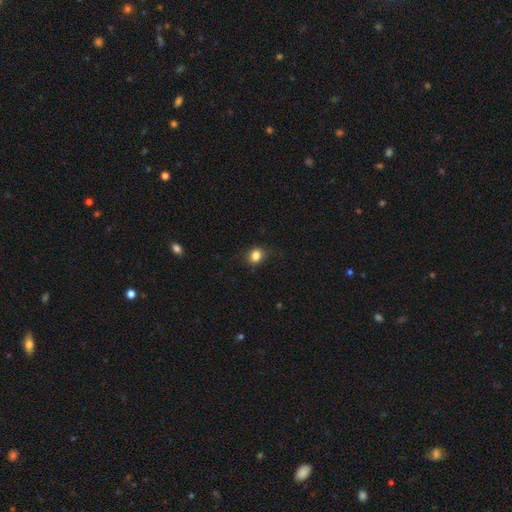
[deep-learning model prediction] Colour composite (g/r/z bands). It shows a smooth galaxy with no disk features (83%) that is round (67%). Merging: none (74%).